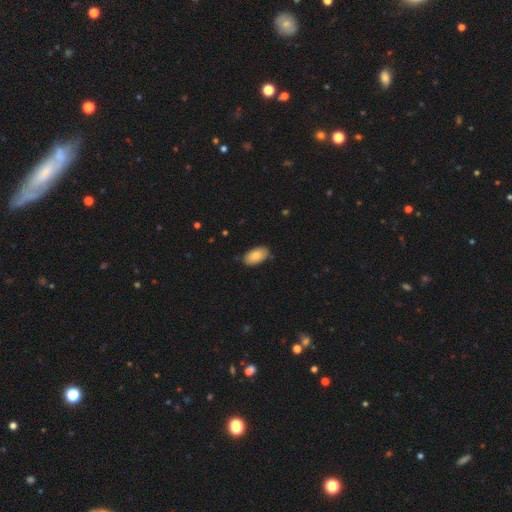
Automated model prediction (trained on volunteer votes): Smooth or featured: smooth — 83% (featured or disk — 10%)
How rounded: in between — 95% (round — 3%)
Merging: none — 82% (minor disturbance — 14%)